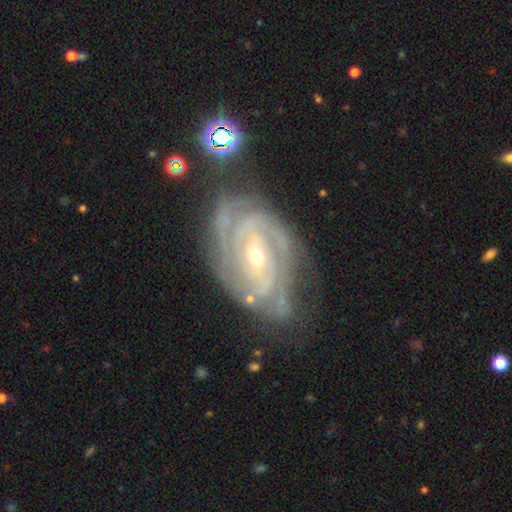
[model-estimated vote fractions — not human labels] smooth-or-featured: featured or disk: 90% | star or artifact: 5% | smooth: 4%
  disk-edge-on: no: 96% | yes: 4%
    bar: no: 44% | weak: 37% | strong: 20%
    has-spiral-arms: yes: 98% | no: 2%
      spiral-winding: tight: 73% | medium: 24% | loose: 4%
      spiral-arm-count: 3: 31% | 2: 20% | 4: 19% | can't tell: 19% | more than 4: 6% | 1: 5%
    bulge-size: small: 59% | moderate: 38% | large: 1% | none: 1% | dominant: 1%
  merging: none: 67% | minor disturbance: 22% | major disturbance: 8% | merger: 3%